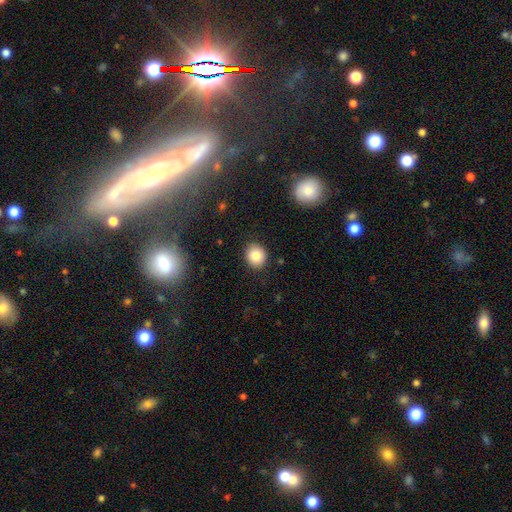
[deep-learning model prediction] Smooth or featured?
  - smooth: 84% *
  - star or artifact: 9%
  - featured or disk: 6%
How rounded?
  - round: 74% *
  - in between: 25%
  - cigar-shaped: 1%
Merging?
  - none: 89% *
  - minor disturbance: 7%
  - major disturbance: 2%
  - merger: 1%